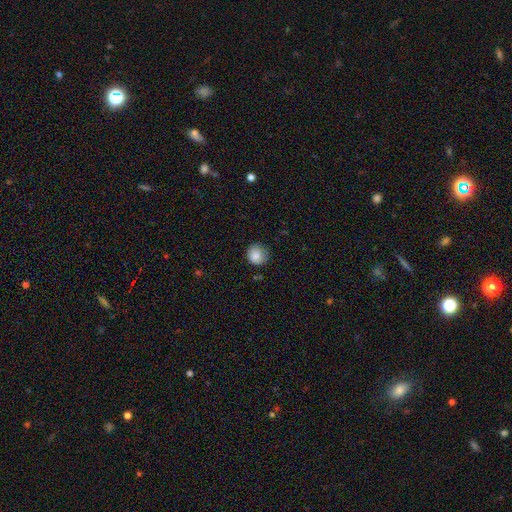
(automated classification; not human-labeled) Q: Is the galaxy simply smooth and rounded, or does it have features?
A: smooth — 84%.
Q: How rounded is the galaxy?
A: round — 90%.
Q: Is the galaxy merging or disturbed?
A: none — 74%.